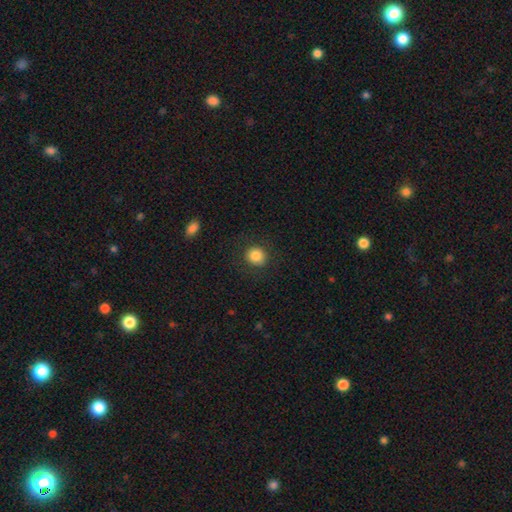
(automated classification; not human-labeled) smooth 84%, star or artifact 10%, featured or disk 6%. Down the decision tree: how rounded — round (87%); merging — none (88%).